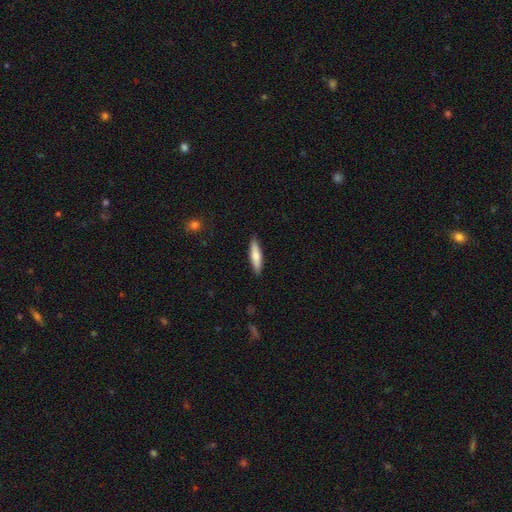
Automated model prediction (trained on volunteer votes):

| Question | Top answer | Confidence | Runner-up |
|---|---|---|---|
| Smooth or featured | smooth | 72% | featured or disk (23%) |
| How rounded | cigar-shaped | 77% | in between (21%) |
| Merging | none | 89% | minor disturbance (8%) |